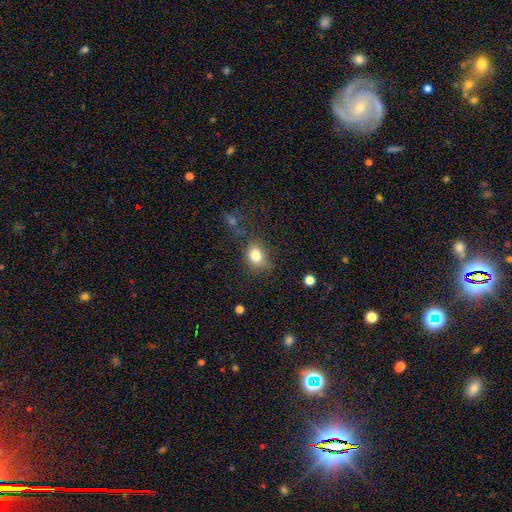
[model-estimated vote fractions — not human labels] smooth_or_featured: smooth (p=0.80) [alt: star or artifact p=0.11]
how_rounded: in between (p=0.56) [alt: round p=0.43]
merging: none (p=0.63) [alt: minor disturbance p=0.25]